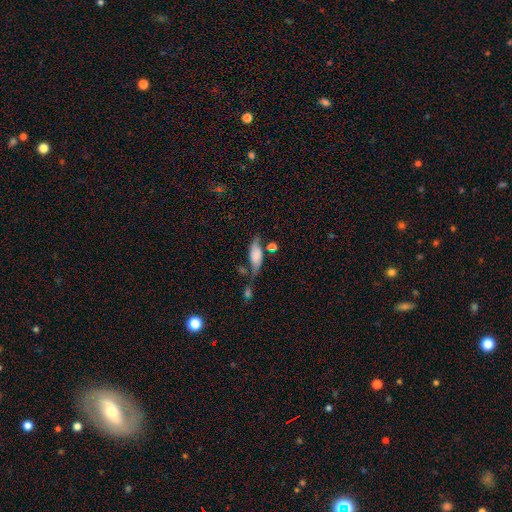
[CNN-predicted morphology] Smooth or featured: smooth — 57% (featured or disk — 34%)
How rounded: in between — 71% (cigar-shaped — 25%)
Merging: none — 43% (minor disturbance — 26%)